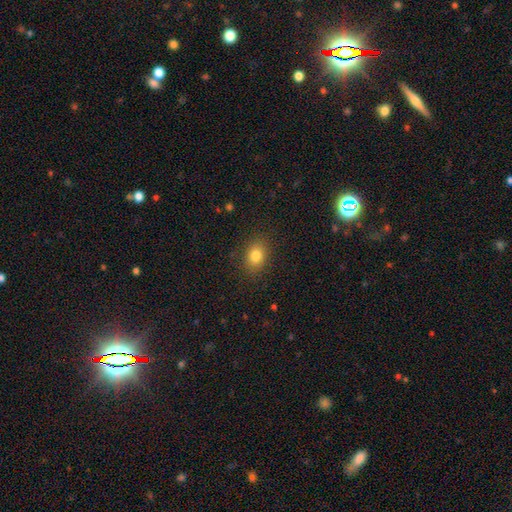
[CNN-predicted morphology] smooth-or-featured: smooth: 81% | star or artifact: 11% | featured or disk: 8%
  how-rounded: in between: 67% | round: 32% | cigar-shaped: 1%
  merging: none: 87% | minor disturbance: 9% | major disturbance: 3% | merger: 1%